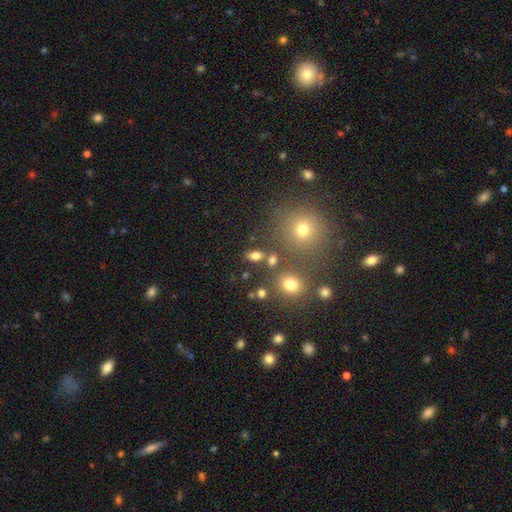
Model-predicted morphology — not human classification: Smooth or featured: smooth — 73% (star or artifact — 15%)
How rounded: in between — 76% (round — 20%)
Merging: none — 76% (minor disturbance — 10%)